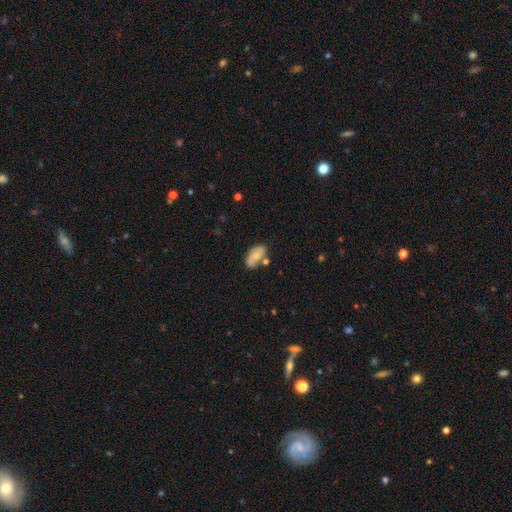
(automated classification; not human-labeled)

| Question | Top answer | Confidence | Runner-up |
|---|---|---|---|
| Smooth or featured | smooth | 51% | featured or disk (41%) |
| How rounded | in between | 91% | round (6%) |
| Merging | none | 61% | minor disturbance (21%) |